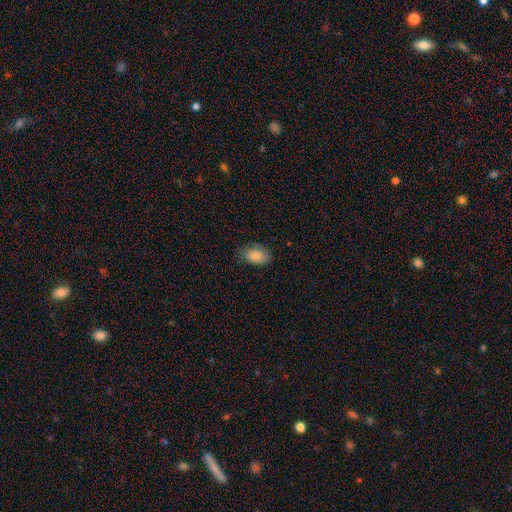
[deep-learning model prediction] Overall: smooth (86%). How rounded: in between (89%). Merging: none (74%).